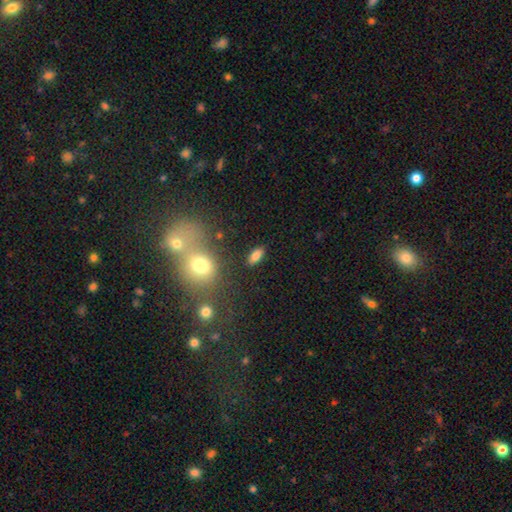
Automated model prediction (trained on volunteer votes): This is clearly a smooth galaxy (82%). How rounded: clearly in between (85%). Merging: clearly none (85%).